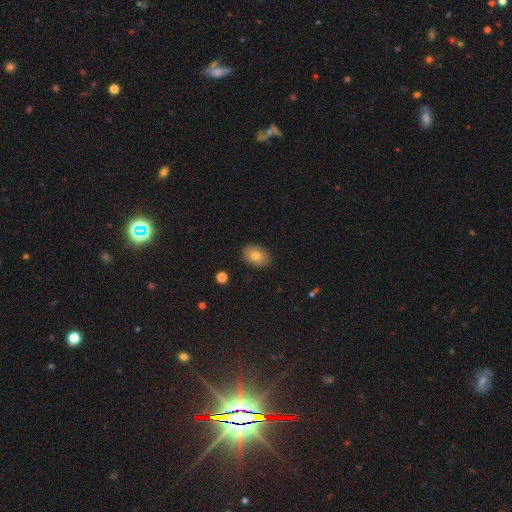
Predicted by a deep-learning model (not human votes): A smooth galaxy with no disk features (79%) that is in between round and cigar-shaped (80%). Merging: none (88%).